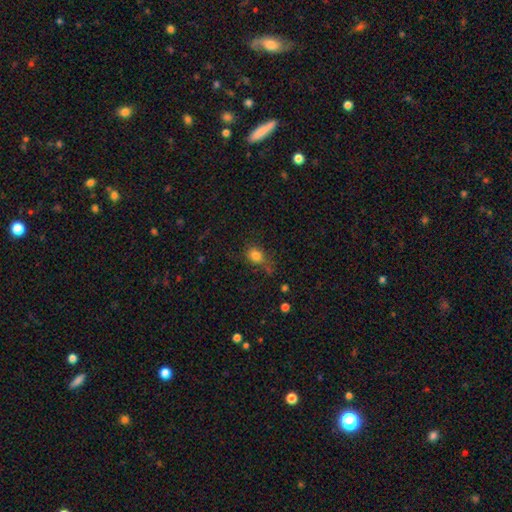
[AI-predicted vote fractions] Morphology: type=smooth (80%); roundness=round (49%, tied with in between); merging=none (61%).